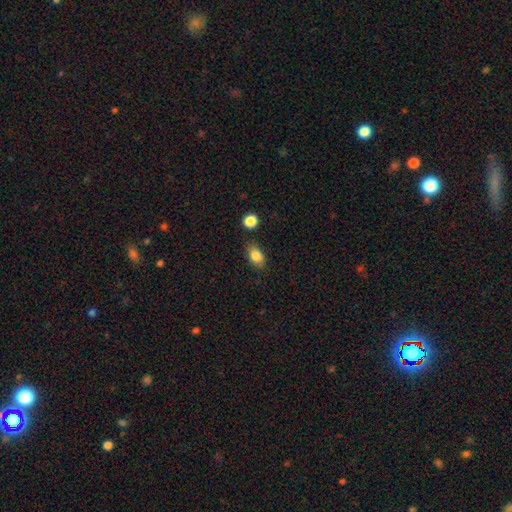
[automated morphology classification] Overall: smooth (84%). How rounded: in between (81%). Merging: none (79%).